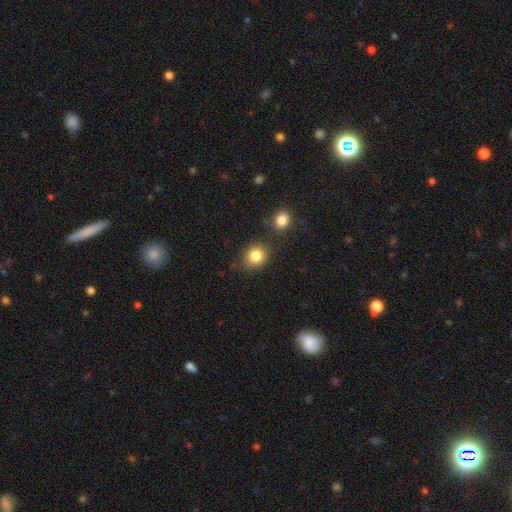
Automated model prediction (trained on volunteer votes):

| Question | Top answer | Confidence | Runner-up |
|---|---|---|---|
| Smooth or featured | smooth | 83% | star or artifact (10%) |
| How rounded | round | 70% | in between (30%) |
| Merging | none | 75% | minor disturbance (13%) |